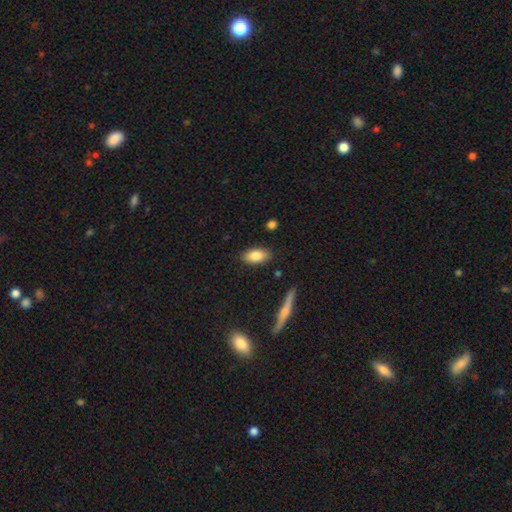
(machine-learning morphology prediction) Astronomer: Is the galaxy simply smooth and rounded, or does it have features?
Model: smooth — 84%.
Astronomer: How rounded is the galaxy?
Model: in between — 90%.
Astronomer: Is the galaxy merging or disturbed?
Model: none — 86%.